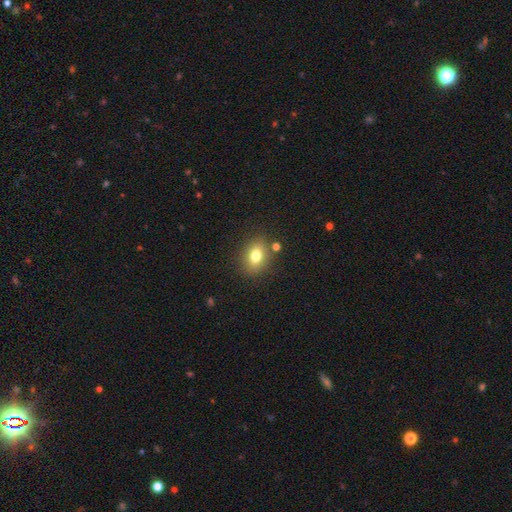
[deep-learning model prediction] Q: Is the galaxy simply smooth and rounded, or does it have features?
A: smooth — 76%.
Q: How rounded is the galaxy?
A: in between — 65%.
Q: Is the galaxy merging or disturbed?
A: none — 79%.